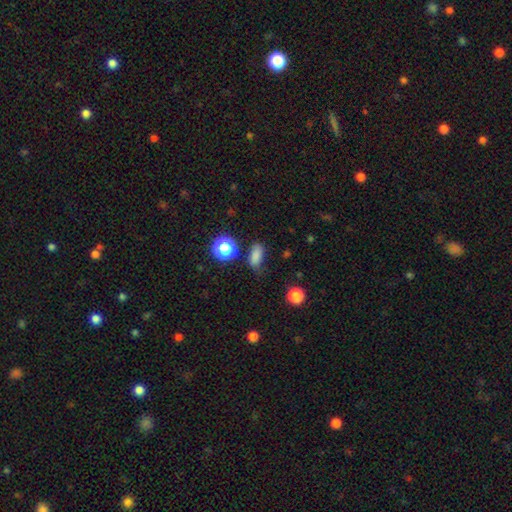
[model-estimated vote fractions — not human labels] A smooth galaxy with no disk features (80%) that is in between round and cigar-shaped (77%). Merging: none (67%).